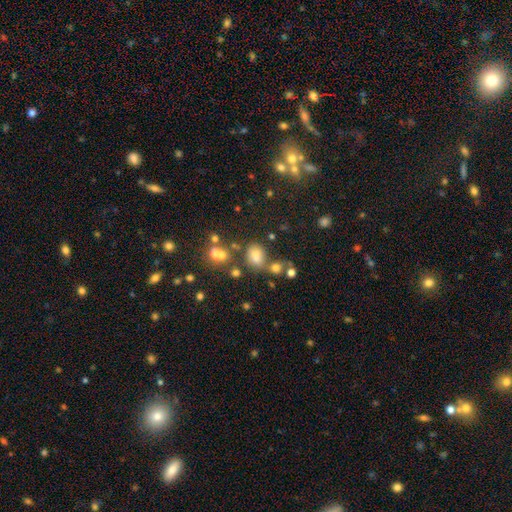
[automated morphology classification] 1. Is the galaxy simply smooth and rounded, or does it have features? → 66% smooth, 24% star or artifact, 10% featured or disk.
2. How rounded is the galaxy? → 59% in between, 39% round, 1% cigar-shaped.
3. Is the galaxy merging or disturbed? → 58% none, 19% merger, 16% minor disturbance, 7% major disturbance.